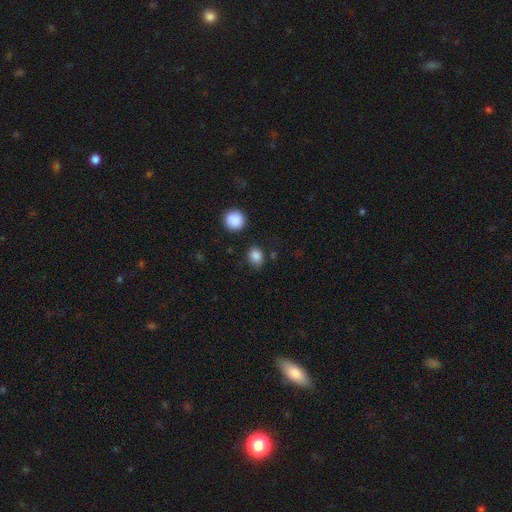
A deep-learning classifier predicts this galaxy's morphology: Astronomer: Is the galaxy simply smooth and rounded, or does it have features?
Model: smooth — 85%.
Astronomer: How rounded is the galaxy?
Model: round — 57% (runner-up: in between, 42%).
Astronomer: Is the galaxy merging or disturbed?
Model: none — 80%.